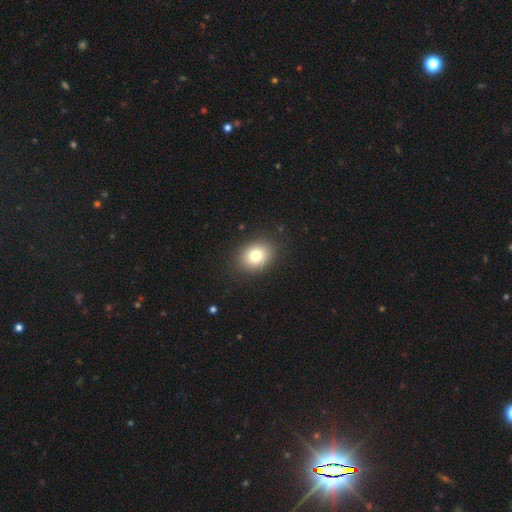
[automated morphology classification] A smooth galaxy with no disk features (78%) that is in between round and cigar-shaped (51%). Merging: none (89%).